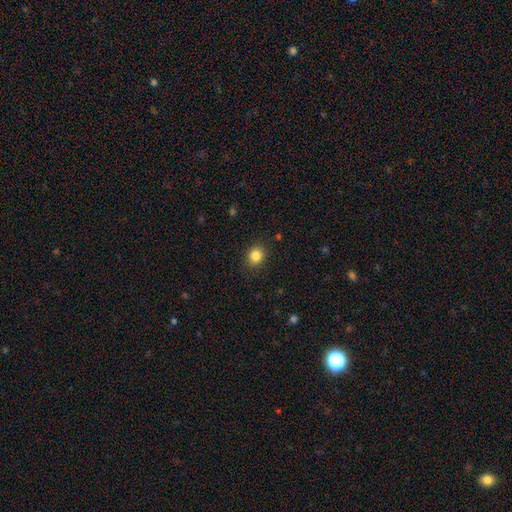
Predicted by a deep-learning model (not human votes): Overall: smooth (84%). How rounded: round (76%). Merging: none (89%).